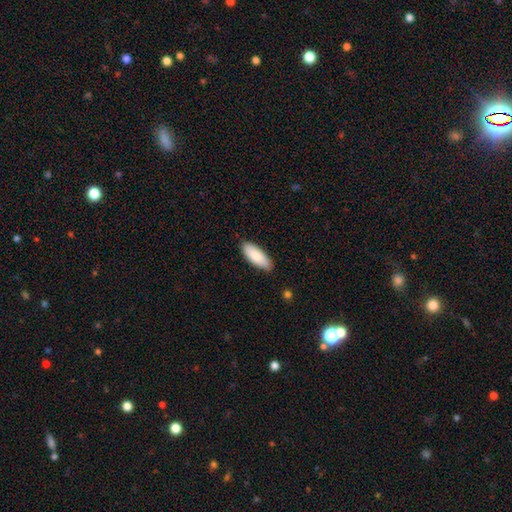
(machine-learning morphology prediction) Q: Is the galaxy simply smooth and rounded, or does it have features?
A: smooth — 88%.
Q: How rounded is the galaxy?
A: in between — 77%.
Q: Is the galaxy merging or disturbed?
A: none — 86%.